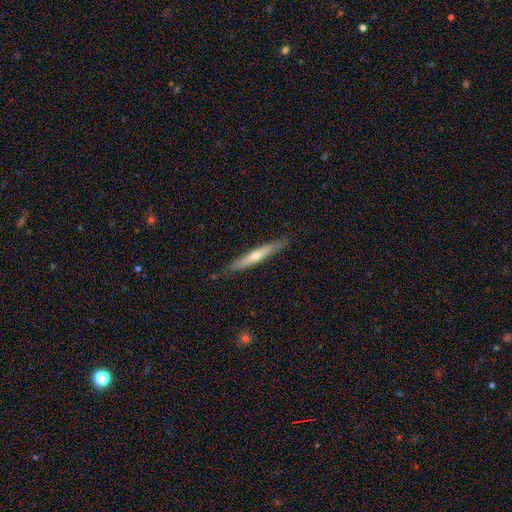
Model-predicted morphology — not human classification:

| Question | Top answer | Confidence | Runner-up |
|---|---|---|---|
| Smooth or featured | featured or disk | 53% | smooth (41%) |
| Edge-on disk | yes | 93% | no (7%) |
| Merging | none | 85% | minor disturbance (12%) |